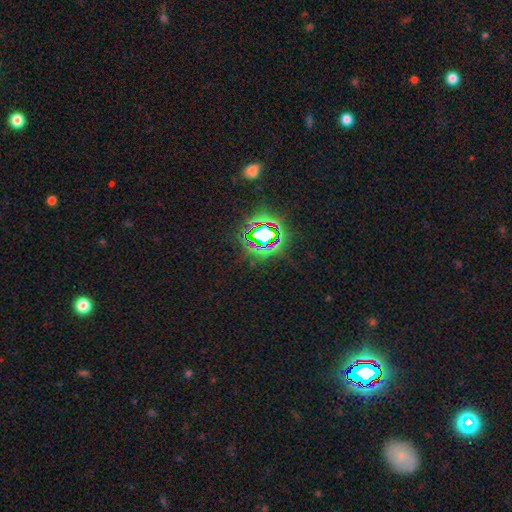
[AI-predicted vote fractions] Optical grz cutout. It shows a star or artifact, not a galaxy (81%).